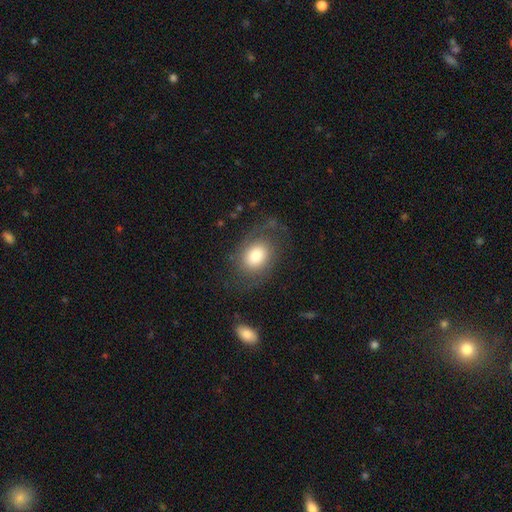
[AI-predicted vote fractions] smooth-or-featured: smooth: 60% | featured or disk: 32% | star or artifact: 8%
  how-rounded: in between: 66% | round: 33% | cigar-shaped: 1%
  merging: none: 63% | minor disturbance: 19% | major disturbance: 16% | merger: 2%